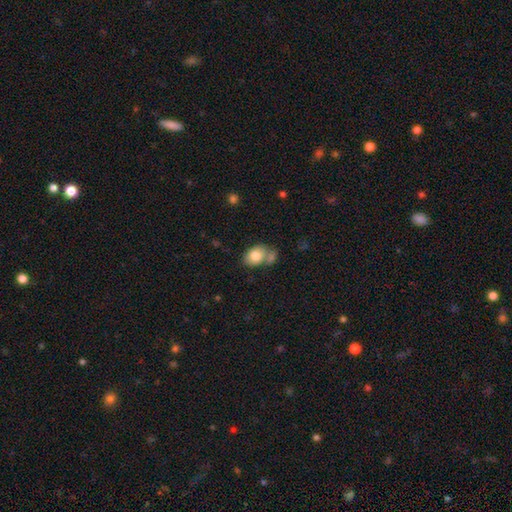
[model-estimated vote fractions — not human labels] This is likely a smooth galaxy (79%). How rounded: likely in between (73%). Merging: possibly none (47%).